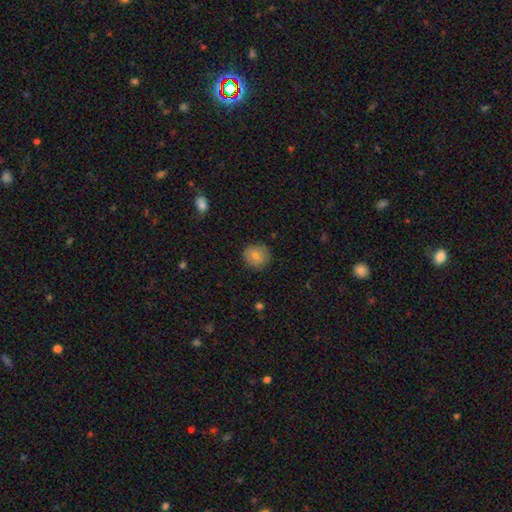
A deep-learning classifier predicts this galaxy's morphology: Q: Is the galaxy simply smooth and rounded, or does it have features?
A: smooth — 73%.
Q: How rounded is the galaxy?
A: round — 90%.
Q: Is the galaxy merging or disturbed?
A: none — 87%.